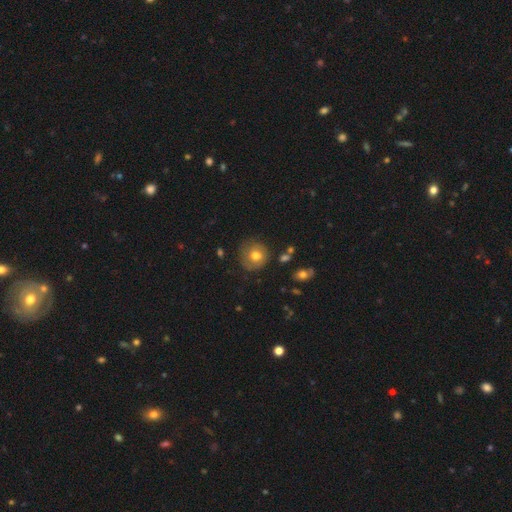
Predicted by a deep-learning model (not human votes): A smooth galaxy with no disk features (70%) that is round (89%). Merging: none (75%).